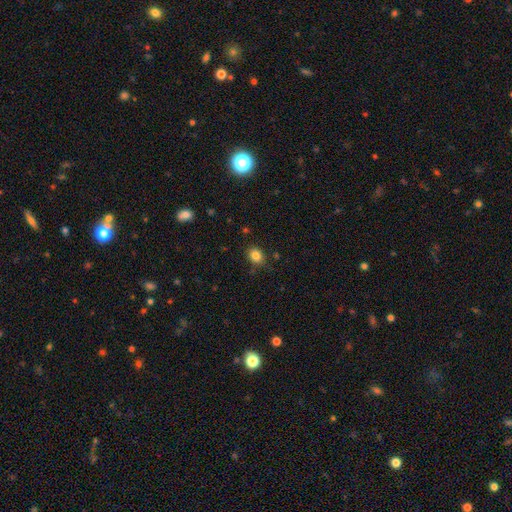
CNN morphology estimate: Smooth or featured? Predicted: smooth (p=0.83). How rounded? Predicted: in between (p=0.54). Merging? Predicted: none (p=0.83).